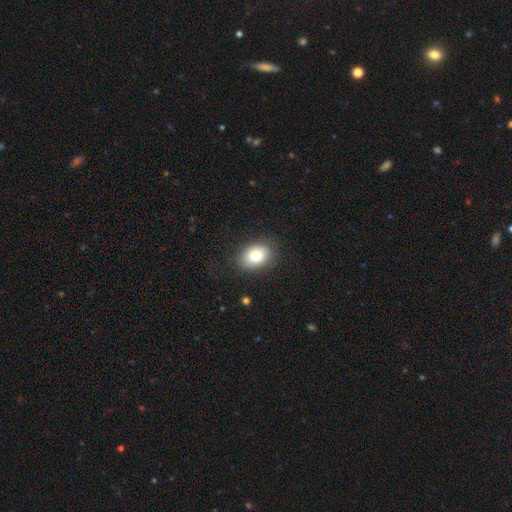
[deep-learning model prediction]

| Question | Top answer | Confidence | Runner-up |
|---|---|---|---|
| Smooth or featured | smooth | 82% | featured or disk (9%) |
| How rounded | in between | 75% | round (24%) |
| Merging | none | 84% | minor disturbance (12%) |